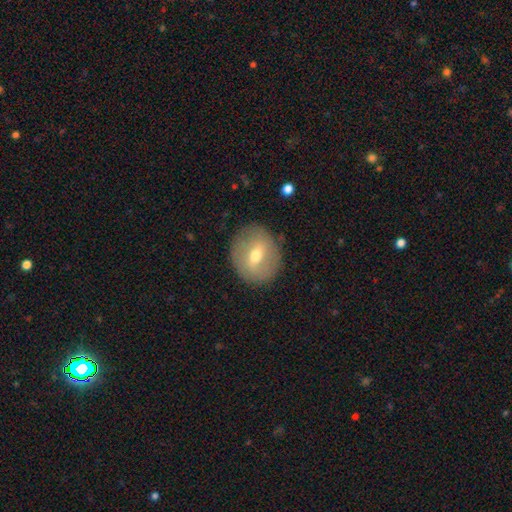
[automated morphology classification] A featured or disk galaxy (46%, tied with smooth).

Vote fractions:
- Smooth or featured? featured or disk: 46% (tied) / smooth: 46% (tied) / star or artifact: 8%
- Merging? none: 85% / minor disturbance: 10% / major disturbance: 4% / merger: 1%